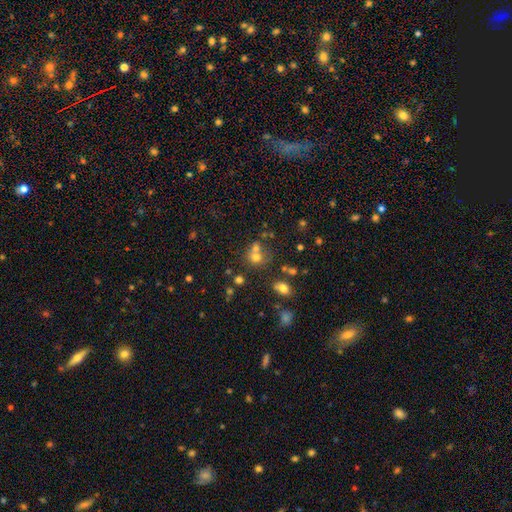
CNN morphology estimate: smooth-or-featured: smooth: 66% | star or artifact: 19% | featured or disk: 15%
  how-rounded: round: 69% | in between: 30% | cigar-shaped: 1%
  merging: merger: 48% | none: 38% | minor disturbance: 9% | major disturbance: 5%